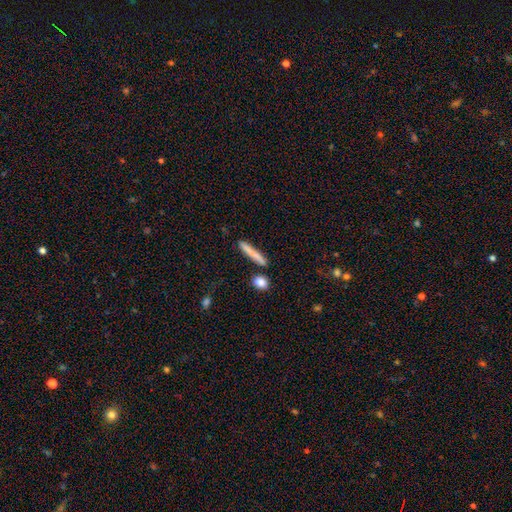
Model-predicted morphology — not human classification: Q: Smooth or featured?
A: smooth (74%); runner-up: featured or disk (18%)
Q: How rounded?
A: cigar-shaped (90%); runner-up: in between (6%)
Q: Merging?
A: none (81%); runner-up: minor disturbance (10%)